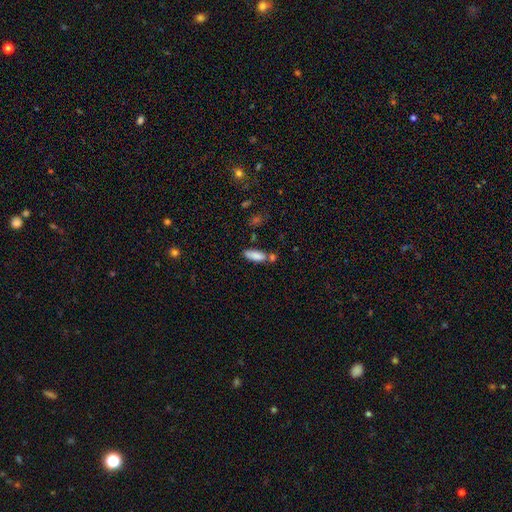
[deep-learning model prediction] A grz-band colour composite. It shows a smooth galaxy with no disk features (85%) that is in between round and cigar-shaped (67%). Merging: none (60%).